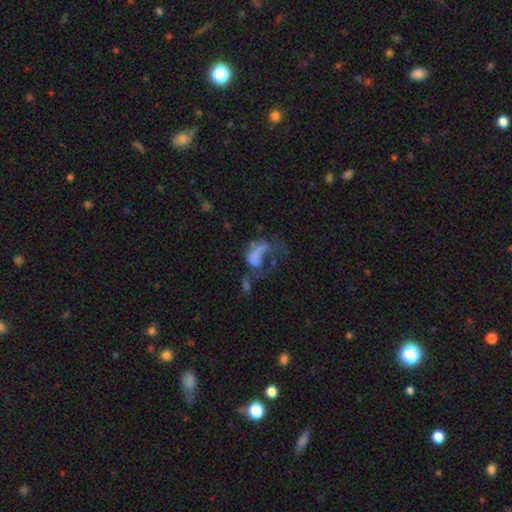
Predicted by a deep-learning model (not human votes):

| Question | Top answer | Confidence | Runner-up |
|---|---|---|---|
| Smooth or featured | smooth | 46% | featured or disk (40%) |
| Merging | major disturbance | 56% | merger (19%) |